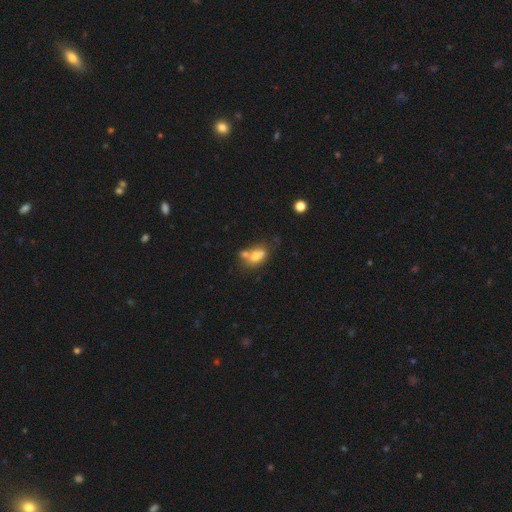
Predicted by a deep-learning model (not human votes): Smooth or featured?
  - smooth: 67% *
  - featured or disk: 22%
  - star or artifact: 11%
How rounded?
  - in between: 74% *
  - round: 24%
  - cigar-shaped: 3%
Merging?
  - merger: 48% *
  - none: 31%
  - minor disturbance: 14%
  - major disturbance: 7%